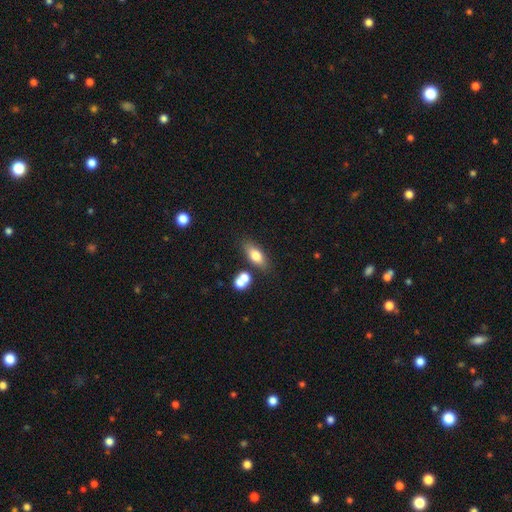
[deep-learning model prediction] A smooth galaxy with no disk features (73%) that is in between round and cigar-shaped (75%). Merging: none (70%).